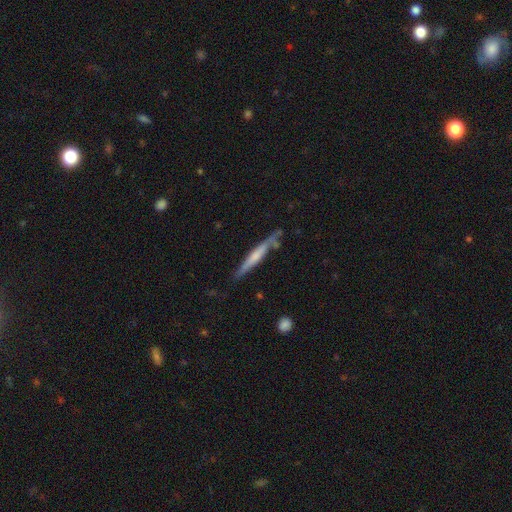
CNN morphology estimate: Q: Smooth or featured?
A: featured or disk (52%); runner-up: smooth (42%)
Q: Edge-on disk?
A: yes (94%); runner-up: no (6%)
Q: Merging?
A: none (75%); runner-up: minor disturbance (17%)